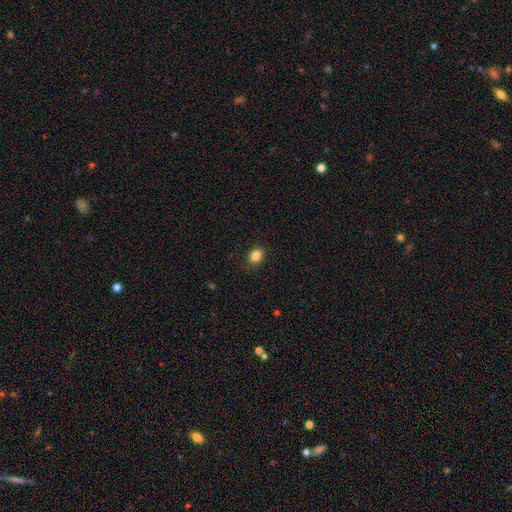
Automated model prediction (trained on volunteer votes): Overall: smooth (85%). How rounded: in between (52%; round 47%). Merging: none (88%).